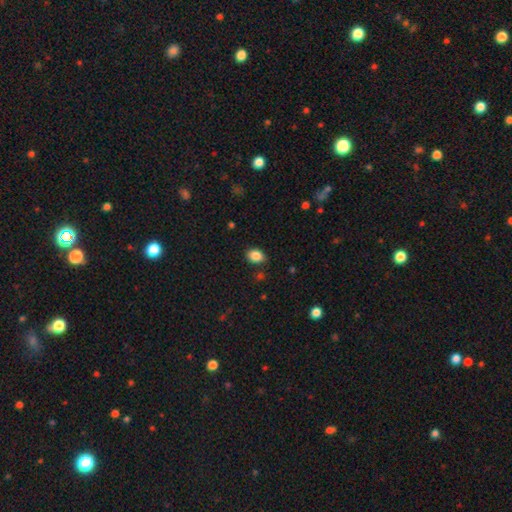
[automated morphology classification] Smooth or featured? Predicted: smooth (p=0.87). How rounded? Predicted: in between (p=0.71). Merging? Predicted: none (p=0.84).